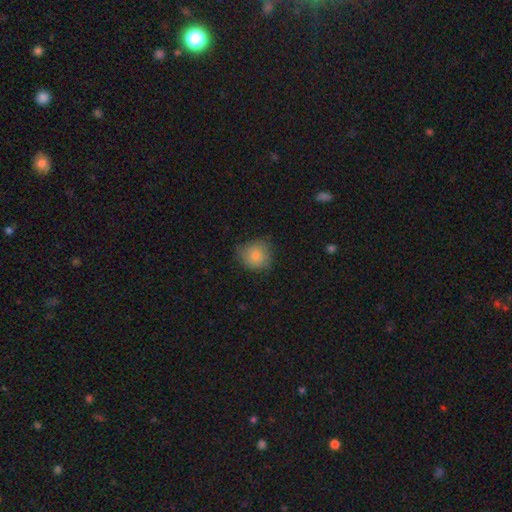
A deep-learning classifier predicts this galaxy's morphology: type=smooth (82%); roundness=round (86%); merging=none (68%).